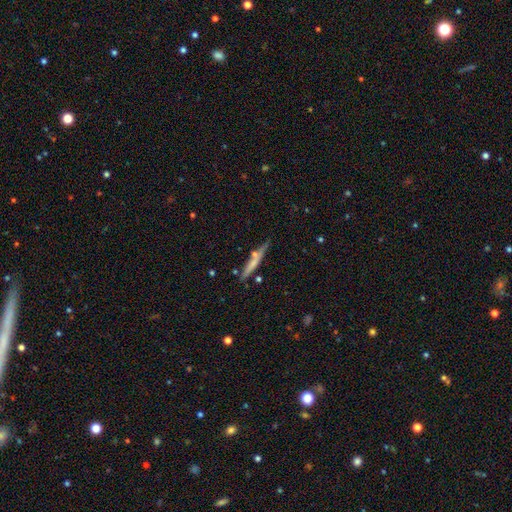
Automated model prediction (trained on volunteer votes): Morphology: type=smooth (48%); merging=none (78%).